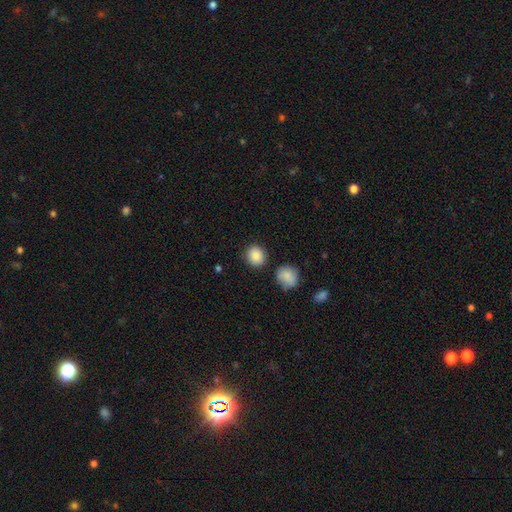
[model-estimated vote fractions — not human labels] Morphology: type=smooth (85%); roundness=round (83%); merging=none (85%).